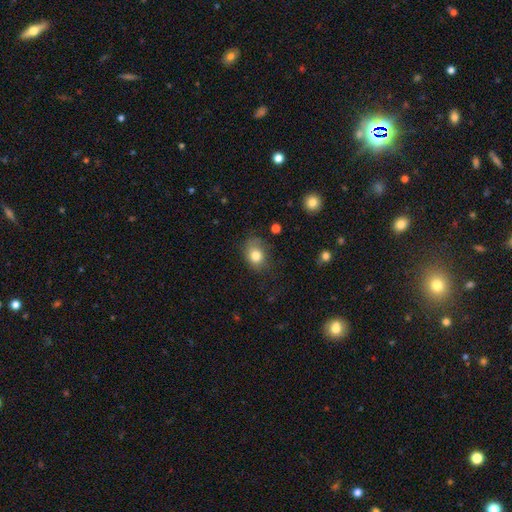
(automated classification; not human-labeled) Q: Smooth or featured?
A: smooth (81%); runner-up: star or artifact (10%)
Q: How rounded?
A: in between (54%); runner-up: round (46%)
Q: Merging?
A: none (64%); runner-up: minor disturbance (25%)